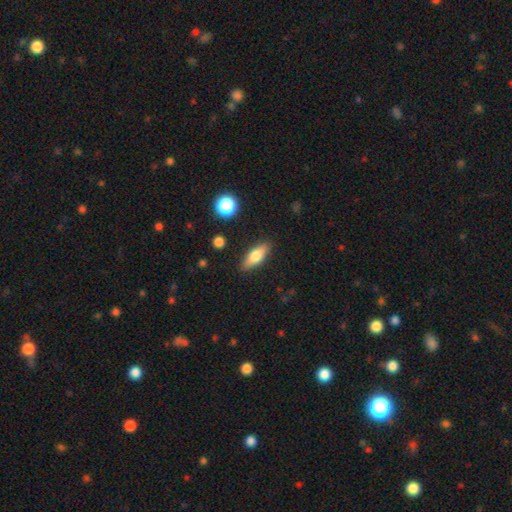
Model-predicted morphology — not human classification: The model was most divided on "how rounded": in between: 64%, cigar-shaped: 32%, round: 4%. More confident: merging — none (87%); smooth or featured — smooth (67%).